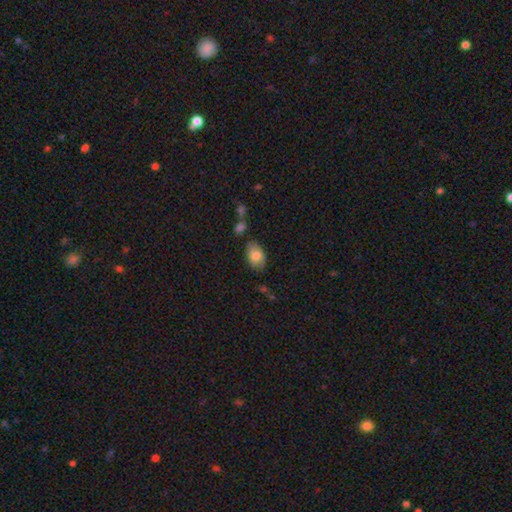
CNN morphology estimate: This appears to be a smooth galaxy with no disk features (81%) that is in between round and cigar-shaped (90%). Merging: none (74%).